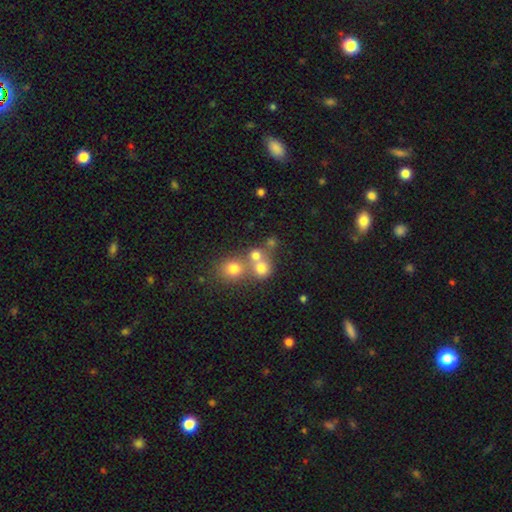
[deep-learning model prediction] This is likely a smooth galaxy (69%). How rounded: clearly round (82%). Merging: possibly merger (46%).